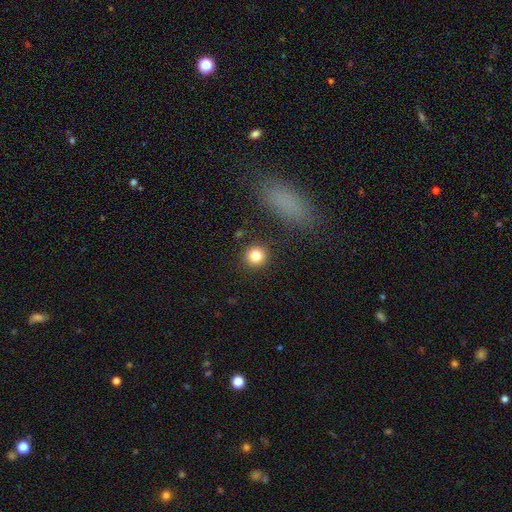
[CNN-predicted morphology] smooth 83%, star or artifact 10%, featured or disk 7%. Down the decision tree: how rounded — round (92%); merging — none (90%).